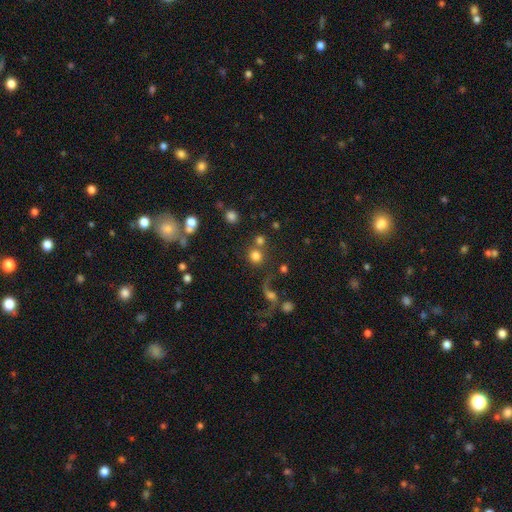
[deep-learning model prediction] smooth_or_featured: smooth (p=0.74) [alt: star or artifact p=0.14]
how_rounded: round (p=0.92) [alt: in between p=0.07]
merging: none (p=0.62) [alt: merger p=0.23]